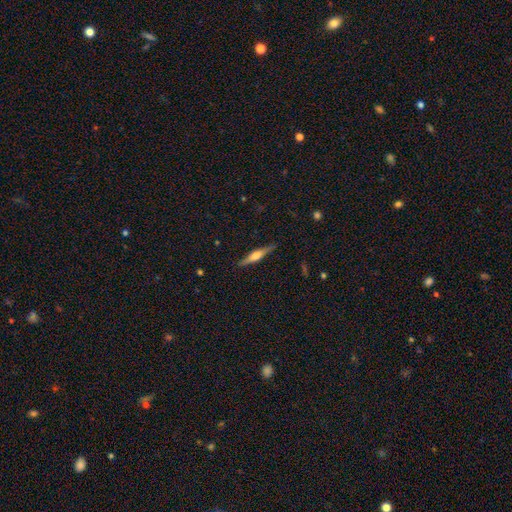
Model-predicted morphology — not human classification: This appears to be a featured or disk galaxy (71%) viewed edge-on (98%) with a rounded central bulge (84%). Merging: none (89%).